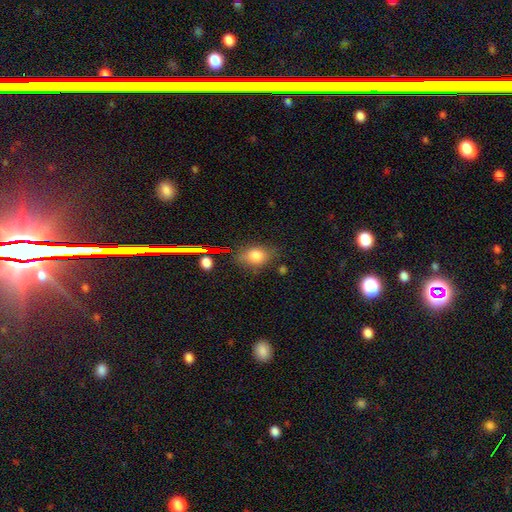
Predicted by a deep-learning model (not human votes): This appears to be a smooth galaxy with no disk features (77%) that is in between round and cigar-shaped (65%). Merging: none (71%).